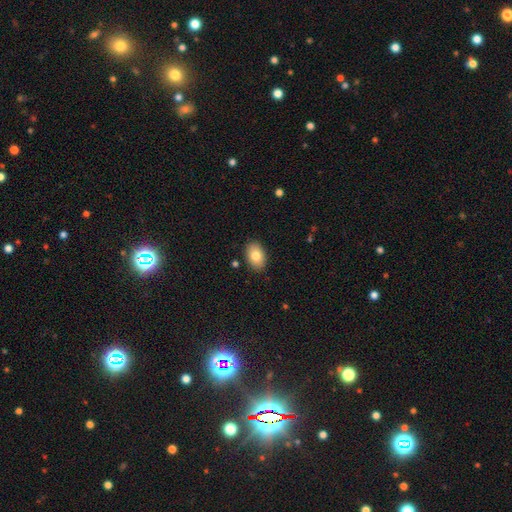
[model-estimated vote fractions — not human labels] This appears to be a smooth galaxy with no disk features (81%) that is in between round and cigar-shaped (88%). Merging: none (88%).